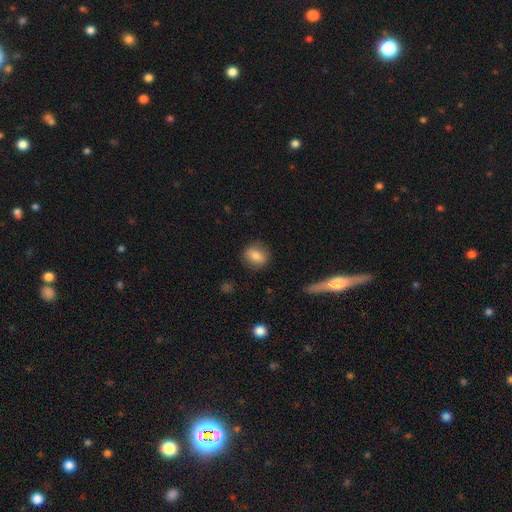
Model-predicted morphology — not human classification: A smooth galaxy with no disk features (79%) that is round (62%). Merging: none (85%).